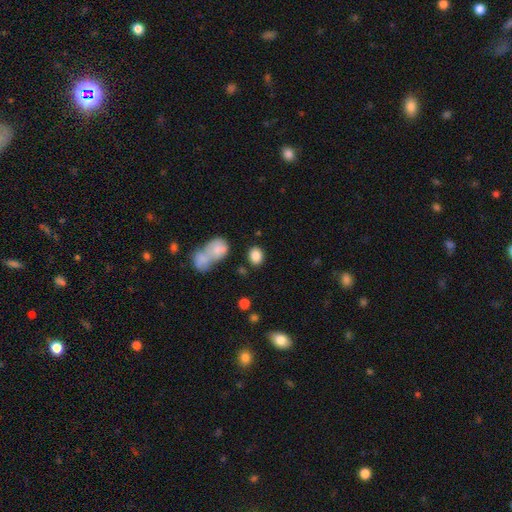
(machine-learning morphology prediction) Smooth or featured? Predicted: smooth (p=0.86). How rounded? Predicted: in between (p=0.63). Merging? Predicted: none (p=0.74).